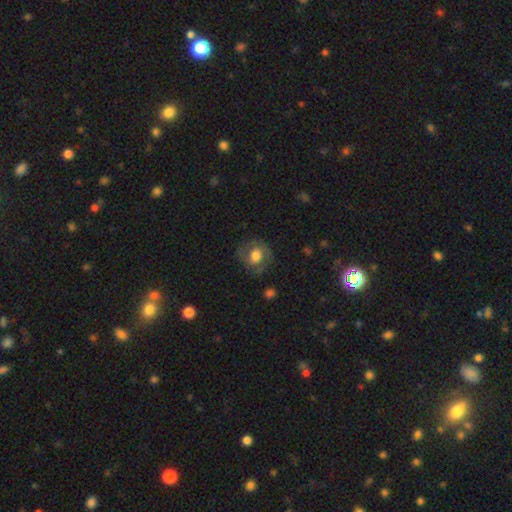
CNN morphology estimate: The model was most divided on "smooth or featured": smooth: 49%, featured or disk: 42%, star or artifact: 8%. More confident: merging — none (72%).